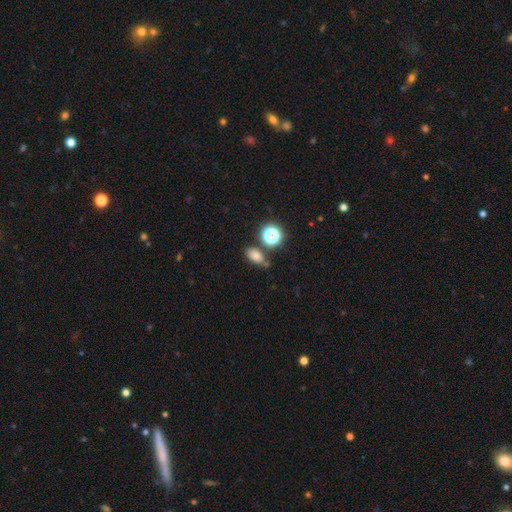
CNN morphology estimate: This appears to be a smooth galaxy with no disk features (72%) that is in between round and cigar-shaped (77%). Merging: none (68%).